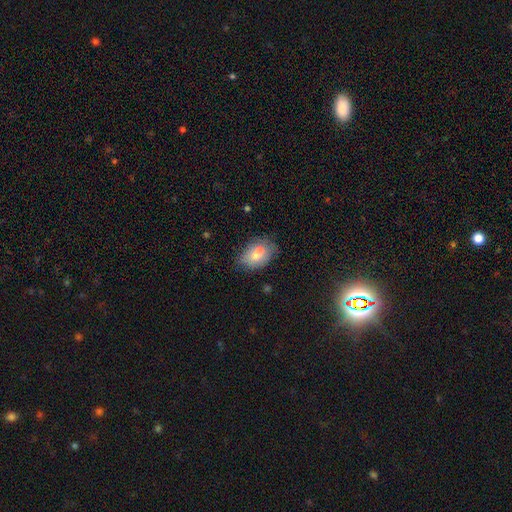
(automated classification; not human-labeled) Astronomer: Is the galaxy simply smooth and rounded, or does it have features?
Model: smooth — 66%.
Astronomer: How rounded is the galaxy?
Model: in between — 77%.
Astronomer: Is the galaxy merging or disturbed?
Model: none — 44% (runner-up: merger, 37%).